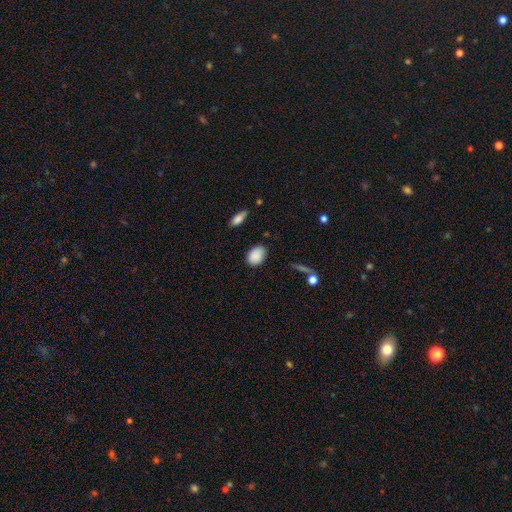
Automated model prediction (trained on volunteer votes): Smooth or featured? smooth (88%)
How rounded? in between (73%)
Merging? none (81%)